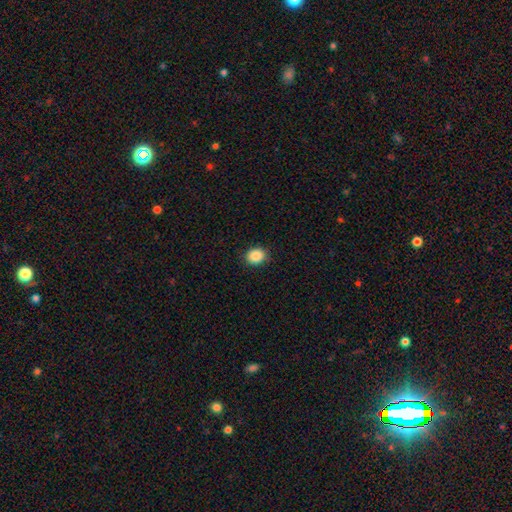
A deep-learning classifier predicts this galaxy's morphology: smooth_or_featured: smooth (p=0.88) [alt: star or artifact p=0.09]
how_rounded: round (p=0.67) [alt: in between p=0.32]
merging: none (p=0.88) [alt: minor disturbance p=0.08]